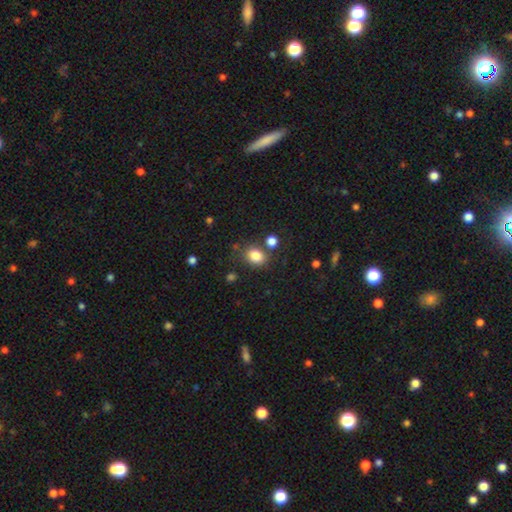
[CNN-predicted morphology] smooth_or_featured: smooth (p=0.83) [alt: star or artifact p=0.11]
how_rounded: round (p=0.52) [alt: in between p=0.48]
merging: none (p=0.71) [alt: minor disturbance p=0.13]